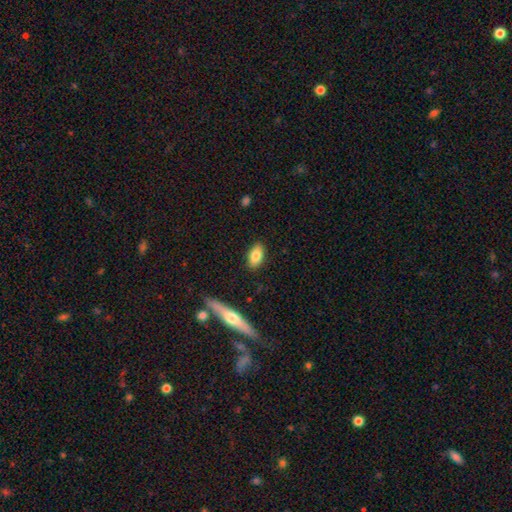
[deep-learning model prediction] The model was most divided on "smooth or featured": smooth: 82%, featured or disk: 12%, star or artifact: 7%. More confident: how rounded — in between (90%); merging — none (87%).